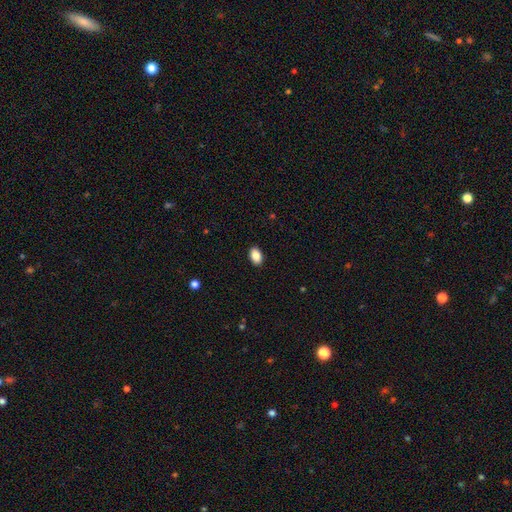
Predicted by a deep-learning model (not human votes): Smooth or featured: smooth — 88% (star or artifact — 8%)
How rounded: in between — 90% (round — 9%)
Merging: none — 91% (minor disturbance — 7%)